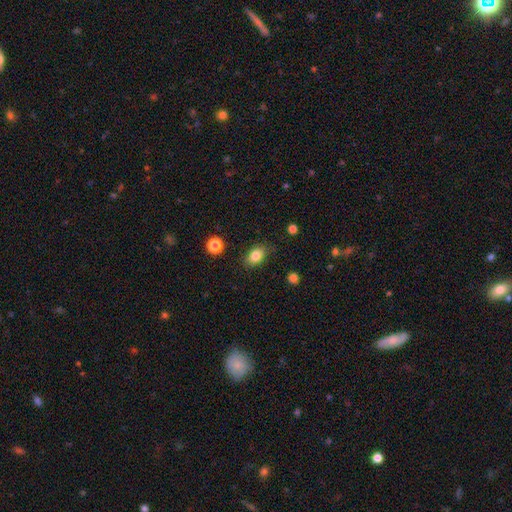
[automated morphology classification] smooth 84%, star or artifact 9%, featured or disk 7%. Down the decision tree: how rounded — in between (79%); merging — none (81%).